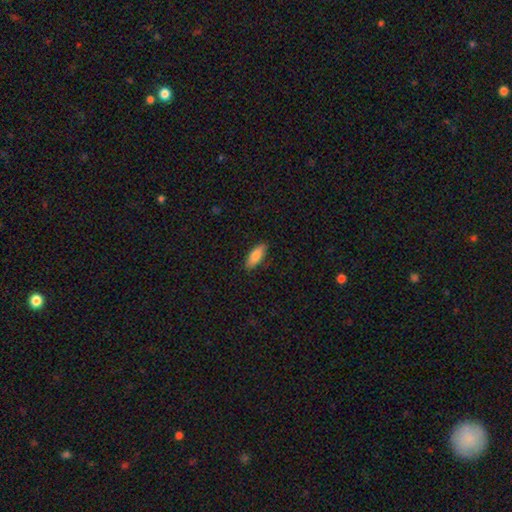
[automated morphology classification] This is clearly a smooth galaxy (85%). How rounded: likely in between (75%). Merging: clearly none (86%).